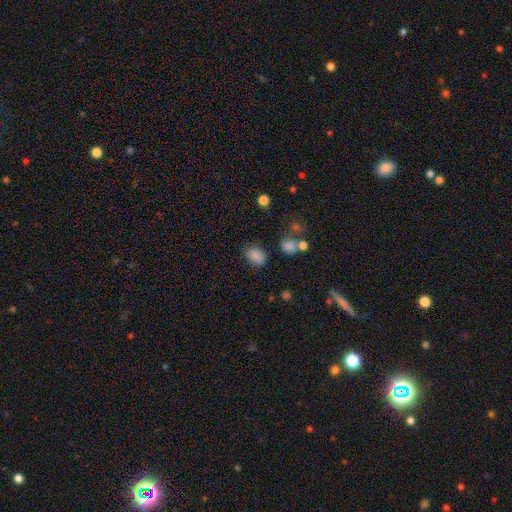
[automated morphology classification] This appears to be a smooth galaxy with no disk features (82%) that is in between round and cigar-shaped (66%). Merging: none (70%).